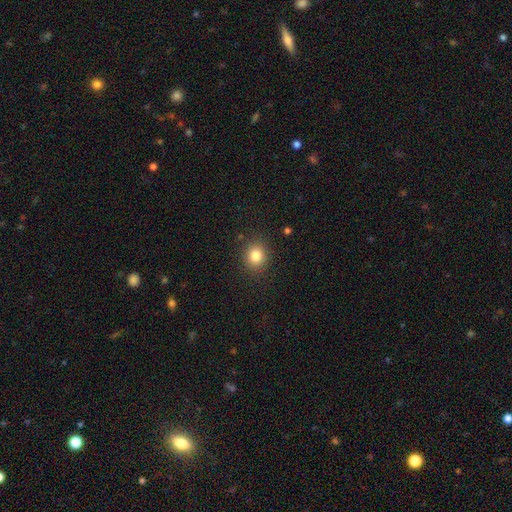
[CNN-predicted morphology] This appears to be a smooth galaxy with no disk features (82%) that is round (76%). Merging: none (88%).